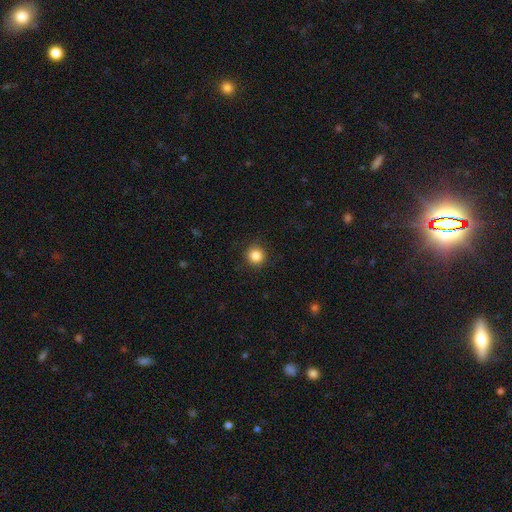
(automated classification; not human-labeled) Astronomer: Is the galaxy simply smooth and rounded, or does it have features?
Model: smooth — 86%.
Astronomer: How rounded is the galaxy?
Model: round — 94%.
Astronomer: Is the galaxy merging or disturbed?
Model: none — 91%.